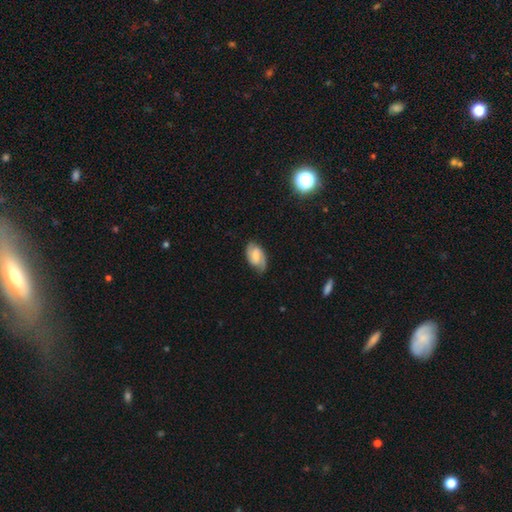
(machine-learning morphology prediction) This appears to be a featured or disk galaxy (67%) with a weak bar (51%), 2 (85%) medium (45%) spiral arms (93%) and a moderate central bulge (40%). Merging: none (77%).